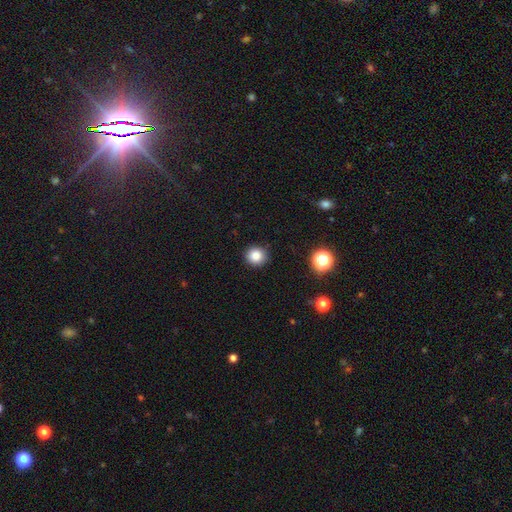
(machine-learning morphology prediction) A smooth galaxy with no disk features (84%) that is round (89%). Merging: none (89%).